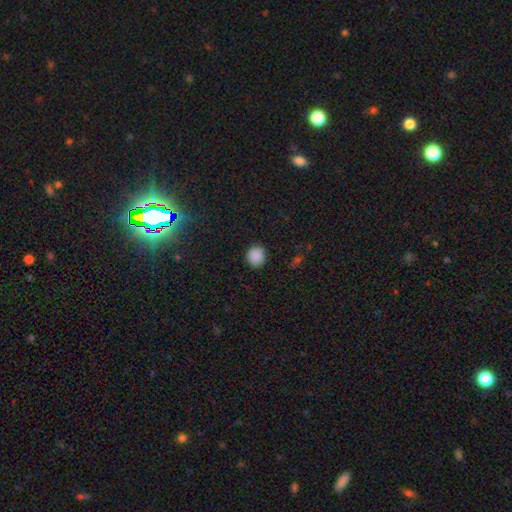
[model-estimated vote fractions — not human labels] Smooth or featured: smooth — 88% (star or artifact — 9%)
How rounded: round — 89% (in between — 10%)
Merging: none — 91% (minor disturbance — 6%)